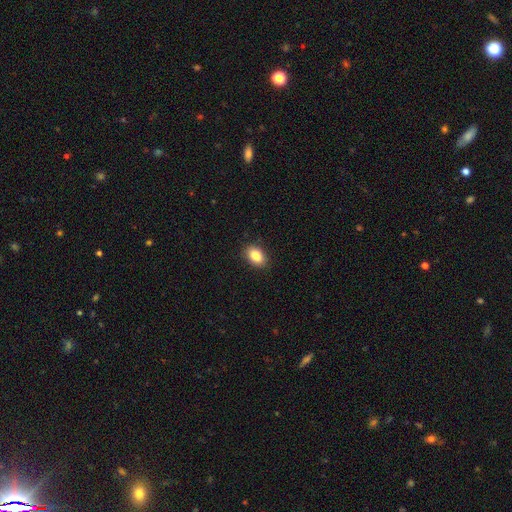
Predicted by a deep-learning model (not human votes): This appears to be a smooth galaxy with no disk features (85%) that is in between round and cigar-shaped (83%). Merging: none (89%).